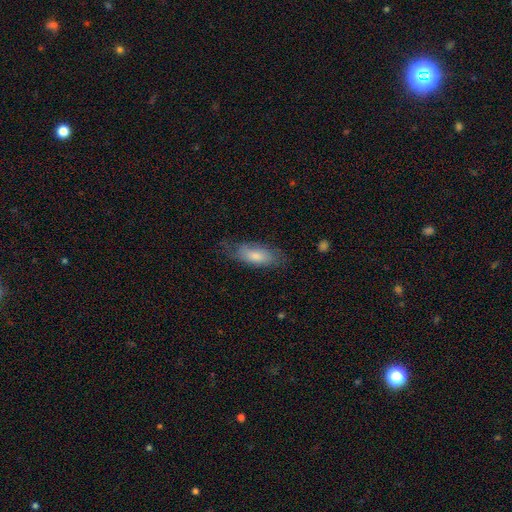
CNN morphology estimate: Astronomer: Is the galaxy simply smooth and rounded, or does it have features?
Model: smooth — 71%.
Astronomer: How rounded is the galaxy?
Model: in between — 73%.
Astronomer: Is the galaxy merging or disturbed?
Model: none — 66%.